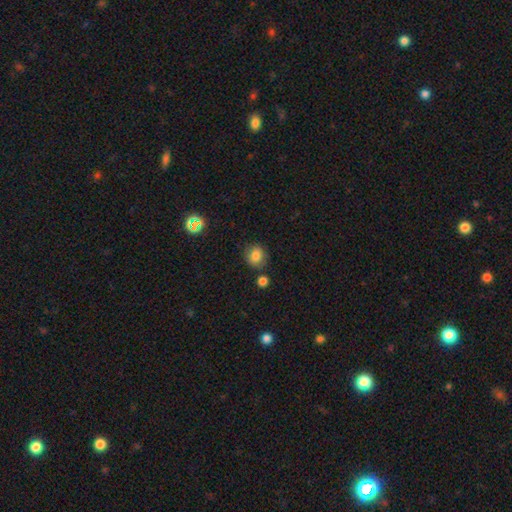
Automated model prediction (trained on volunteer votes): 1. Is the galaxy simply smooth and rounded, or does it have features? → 80% smooth, 13% star or artifact, 7% featured or disk.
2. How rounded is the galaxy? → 81% round, 18% in between, 1% cigar-shaped.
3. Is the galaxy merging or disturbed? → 78% none, 12% minor disturbance, 7% merger, 3% major disturbance.